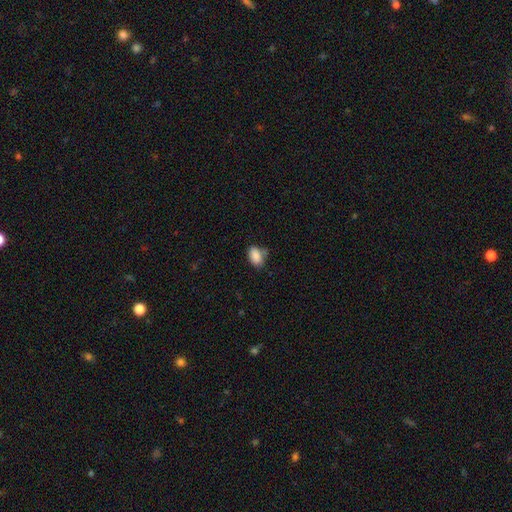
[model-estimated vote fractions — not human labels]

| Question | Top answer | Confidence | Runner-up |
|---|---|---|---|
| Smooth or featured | smooth | 87% | star or artifact (8%) |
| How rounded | in between | 89% | round (9%) |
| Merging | none | 60% | minor disturbance (25%) |